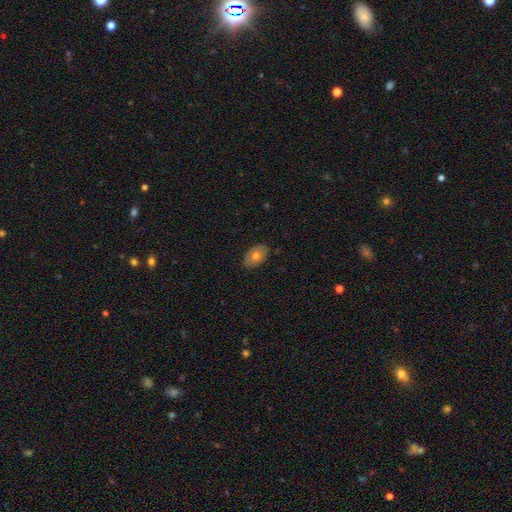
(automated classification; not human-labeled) Smooth or featured: smooth — 69% (featured or disk — 24%)
How rounded: in between — 88% (round — 10%)
Merging: none — 84% (minor disturbance — 13%)